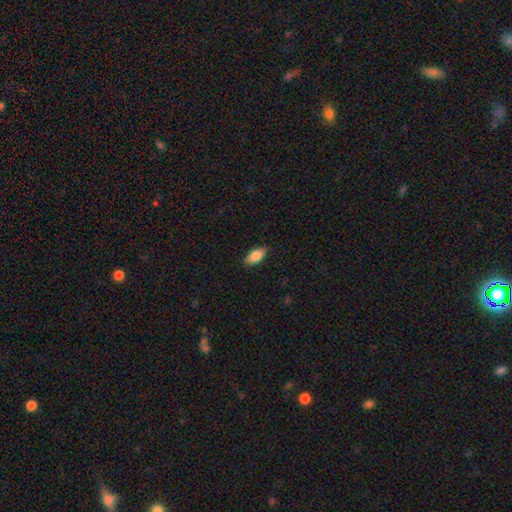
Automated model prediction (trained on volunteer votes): smooth-or-featured: smooth: 85% | featured or disk: 8% | star or artifact: 7%
  how-rounded: in between: 90% | cigar-shaped: 8% | round: 3%
  merging: none: 87% | minor disturbance: 10% | major disturbance: 2% | merger: 1%